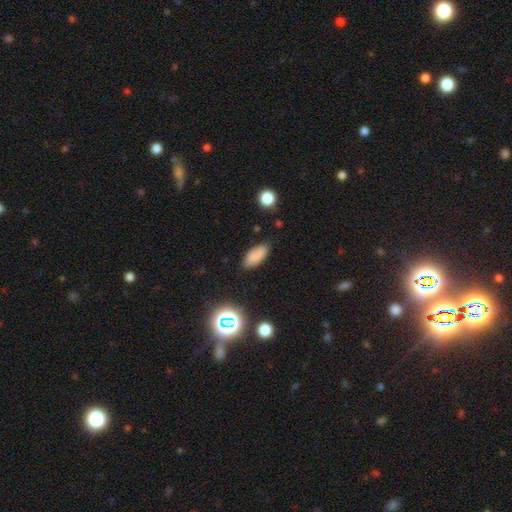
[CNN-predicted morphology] Q: Smooth or featured?
A: smooth (83%); runner-up: star or artifact (11%)
Q: How rounded?
A: in between (87%); runner-up: cigar-shaped (10%)
Q: Merging?
A: none (83%); runner-up: minor disturbance (13%)